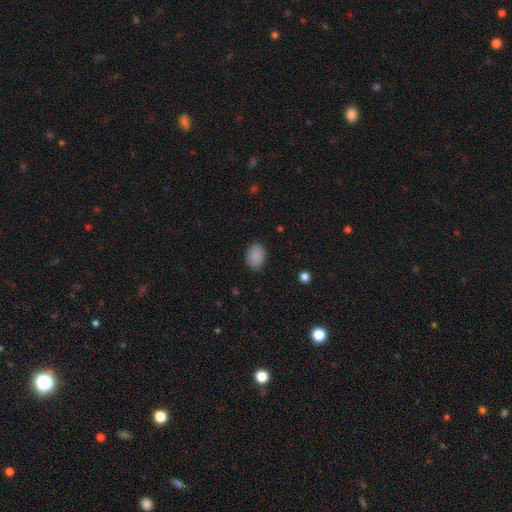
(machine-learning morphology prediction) This appears to be a smooth galaxy with no disk features (88%) that is in between round and cigar-shaped (72%). Merging: none (84%).